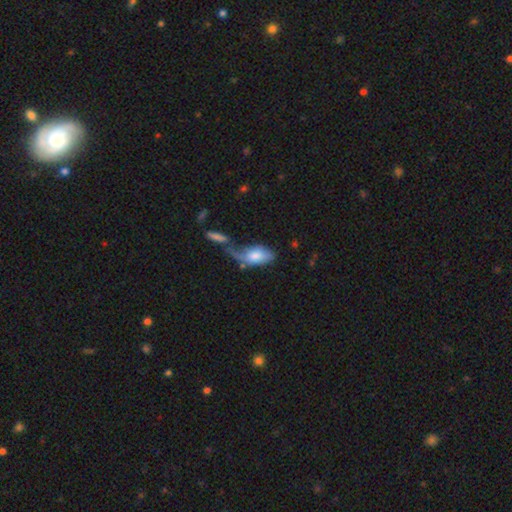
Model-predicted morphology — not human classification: Smooth or featured? Predicted: smooth (p=0.73). How rounded? Predicted: in between (p=0.91). Merging? Predicted: merger (p=0.34).